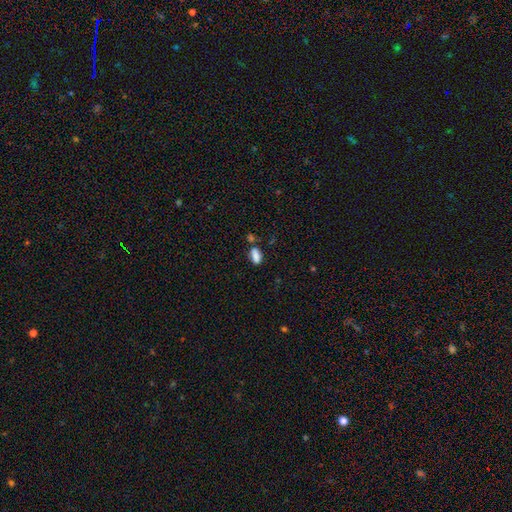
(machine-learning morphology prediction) A smooth galaxy with no disk features (84%) that is in between round and cigar-shaped (86%). Merging: none (60%).